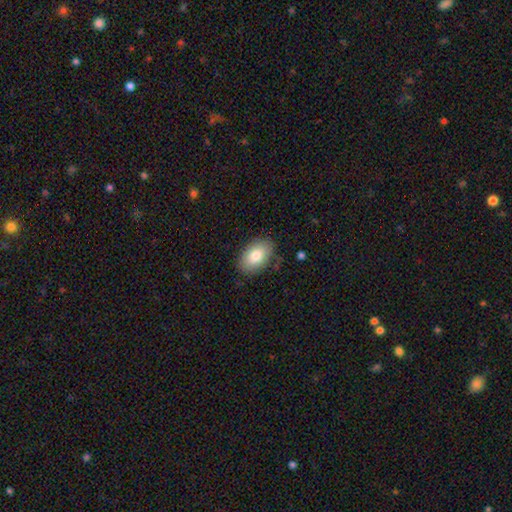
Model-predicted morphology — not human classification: Smooth or featured? smooth (82%)
How rounded? in between (90%)
Merging? none (83%)